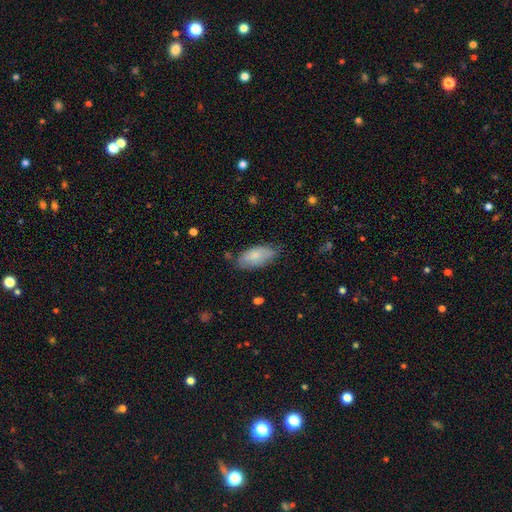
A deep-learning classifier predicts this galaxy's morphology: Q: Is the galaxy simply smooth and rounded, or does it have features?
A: smooth — 81%.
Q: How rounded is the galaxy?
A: in between — 90%.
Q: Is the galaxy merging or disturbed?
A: none — 71%.